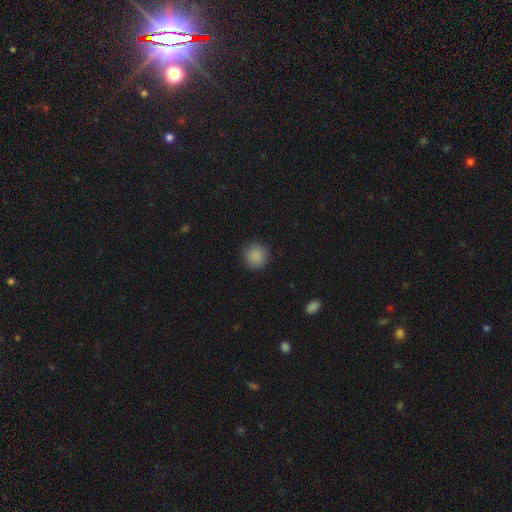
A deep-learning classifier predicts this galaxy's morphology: Smooth or featured? smooth (88%)
How rounded? round (93%)
Merging? none (90%)